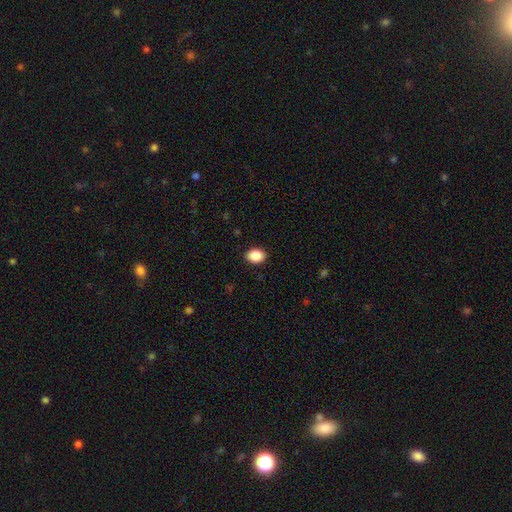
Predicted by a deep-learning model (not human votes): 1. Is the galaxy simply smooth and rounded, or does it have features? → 89% smooth, 8% star or artifact, 4% featured or disk.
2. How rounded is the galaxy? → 75% in between, 24% round, 1% cigar-shaped.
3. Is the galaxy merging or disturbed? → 90% none, 7% minor disturbance, 2% major disturbance, 1% merger.